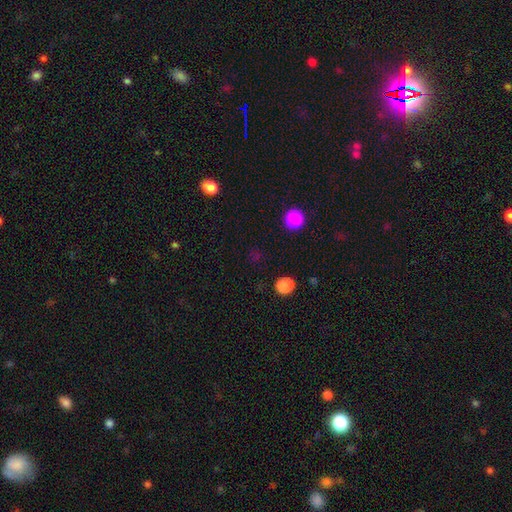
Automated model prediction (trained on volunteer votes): Smooth or featured: smooth — 65% (star or artifact — 29%)
How rounded: round — 83% (in between — 15%)
Merging: none — 79% (minor disturbance — 11%)